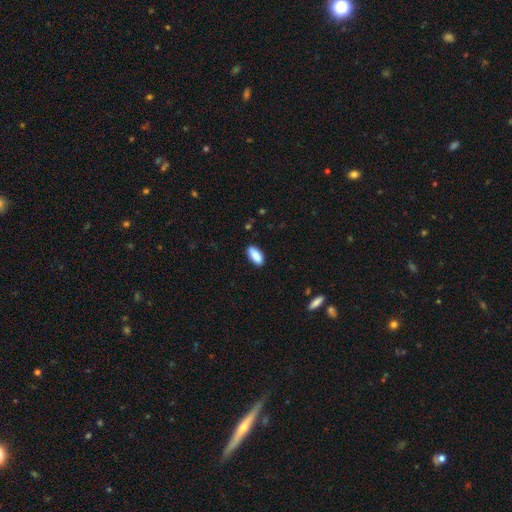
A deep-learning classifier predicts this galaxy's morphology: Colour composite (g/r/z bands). It shows a smooth galaxy with no disk features (88%) that is in between round and cigar-shaped (89%). Merging: none (86%).